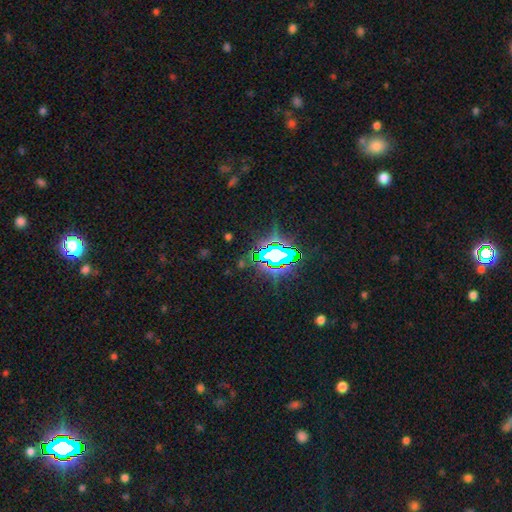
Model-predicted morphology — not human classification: Smooth or featured: star or artifact — 80% (smooth — 11%)